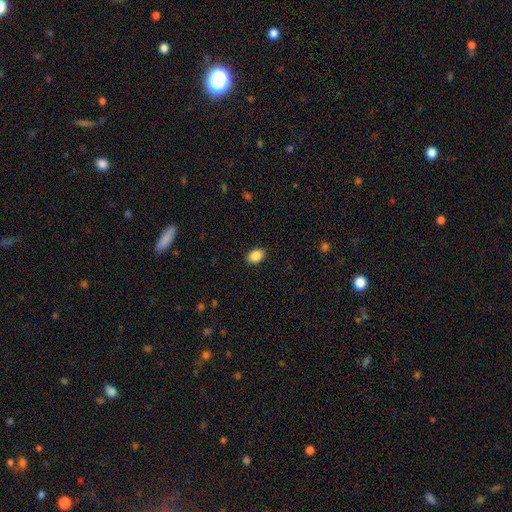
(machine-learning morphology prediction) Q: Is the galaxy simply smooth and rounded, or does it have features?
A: smooth — 88%.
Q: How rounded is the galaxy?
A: in between — 80%.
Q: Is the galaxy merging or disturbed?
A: none — 89%.